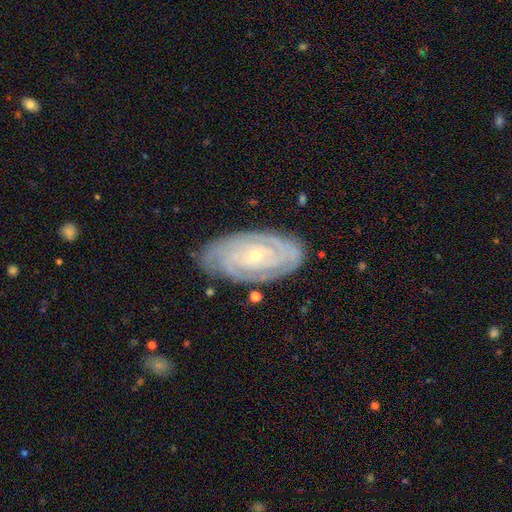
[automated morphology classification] A featured or disk galaxy (87%) with no bar (66%), tight (86%) spiral arms (97%) and a small central bulge (79%).

Vote fractions:
- Smooth or featured? featured or disk: 87% / smooth: 8% / star or artifact: 6%
- Edge-on disk? no: 95% / yes: 5%
- Bar? no: 66% / weak: 24% / strong: 10%
- Spiral arms? yes: 97% / no: 3%
- Spiral winding? tight: 86% / medium: 12% / loose: 2%
- Spiral arm count? can't tell: 27% / 2: 25% / 3: 20% / 4: 16% / more than 4: 7% / 1: 6%
- Bulge size? small: 79% / moderate: 18% / none: 1% / large: 1% / dominant: 1%
- Merging? none: 80% / minor disturbance: 16% / major disturbance: 3% / merger: 2%